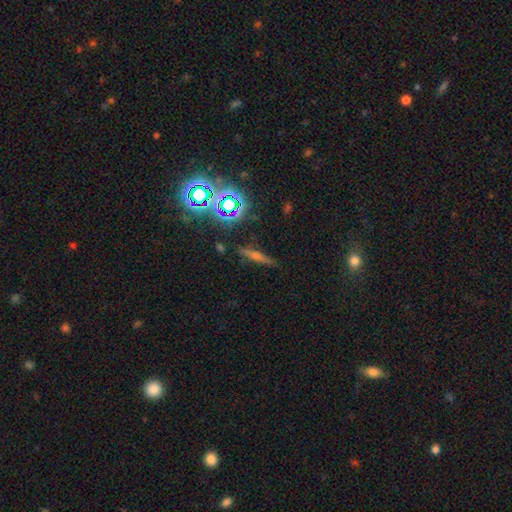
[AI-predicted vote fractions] Smooth or featured? Predicted: featured or disk (p=0.38). Merging? Predicted: none (p=0.85).